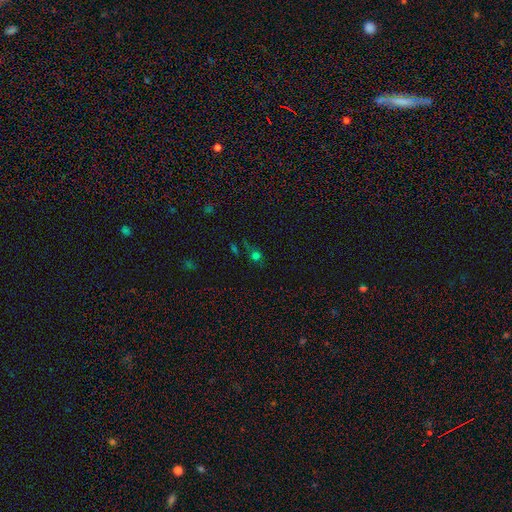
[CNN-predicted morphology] A smooth galaxy with no disk features (54%) that is round (80%).

Vote fractions:
- Smooth or featured? smooth: 54% / star or artifact: 37% / featured or disk: 9%
- How rounded? round: 80% / in between: 18% / cigar-shaped: 2%
- Merging? none: 60% / minor disturbance: 17% / merger: 12% / major disturbance: 11%